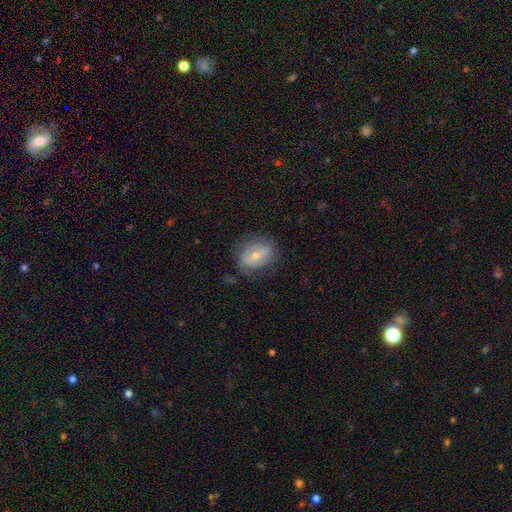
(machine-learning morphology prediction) Smooth or featured? Predicted: featured or disk (p=0.47). Merging? Predicted: none (p=0.66).